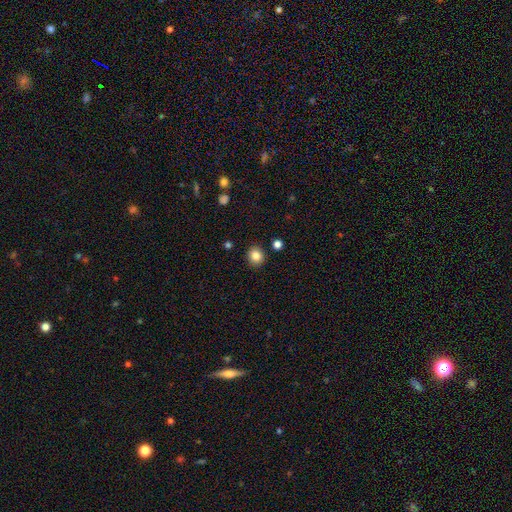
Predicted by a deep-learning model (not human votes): smooth-or-featured: smooth: 84% | star or artifact: 10% | featured or disk: 5%
  how-rounded: round: 84% | in between: 15% | cigar-shaped: 1%
  merging: none: 89% | minor disturbance: 7% | merger: 2% | major disturbance: 2%